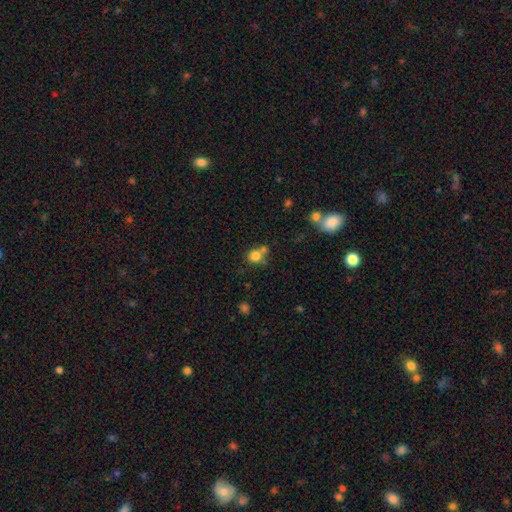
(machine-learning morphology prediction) Smooth or featured? Predicted: smooth (p=0.79). How rounded? Predicted: round (p=0.83). Merging? Predicted: none (p=0.50).